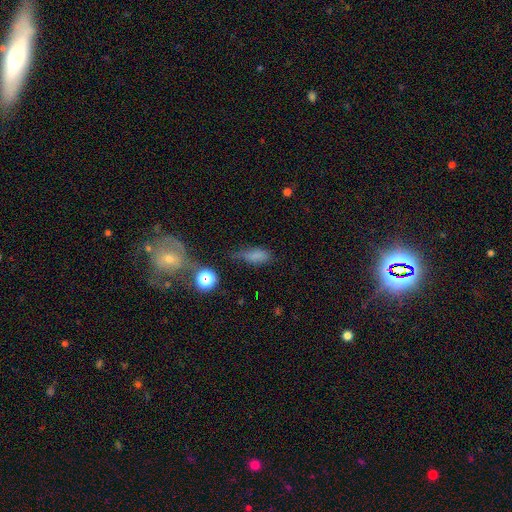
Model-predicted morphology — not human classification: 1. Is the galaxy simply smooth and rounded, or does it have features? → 71% smooth, 17% star or artifact, 12% featured or disk.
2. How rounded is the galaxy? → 70% in between, 22% cigar-shaped, 8% round.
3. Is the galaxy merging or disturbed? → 45% none, 32% minor disturbance, 18% major disturbance, 5% merger.